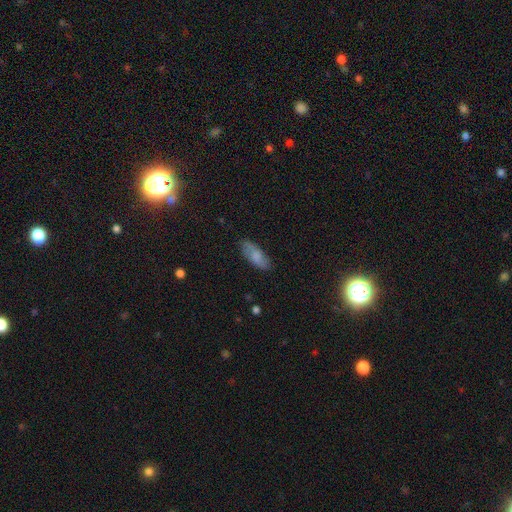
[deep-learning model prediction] Smooth or featured?
  - smooth: 72% *
  - featured or disk: 21%
  - star or artifact: 7%
How rounded?
  - in between: 78% *
  - cigar-shaped: 19%
  - round: 2%
Merging?
  - none: 78% *
  - minor disturbance: 17%
  - major disturbance: 4%
  - merger: 1%